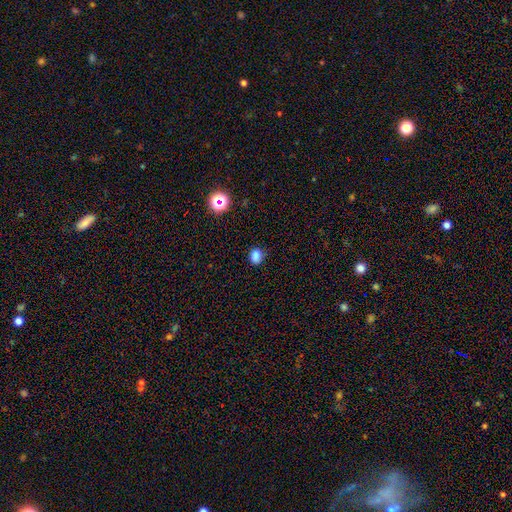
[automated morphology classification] smooth 80%, star or artifact 15%, featured or disk 5%. Down the decision tree: how rounded — in between (54%); merging — none (74%).